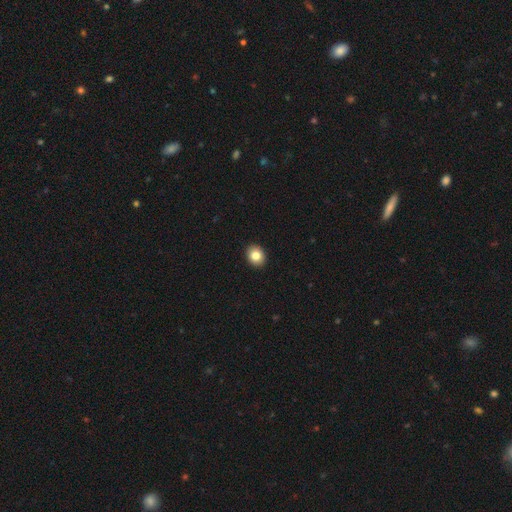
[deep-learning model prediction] A smooth galaxy with no disk features (83%) that is round (55%). Merging: none (92%).